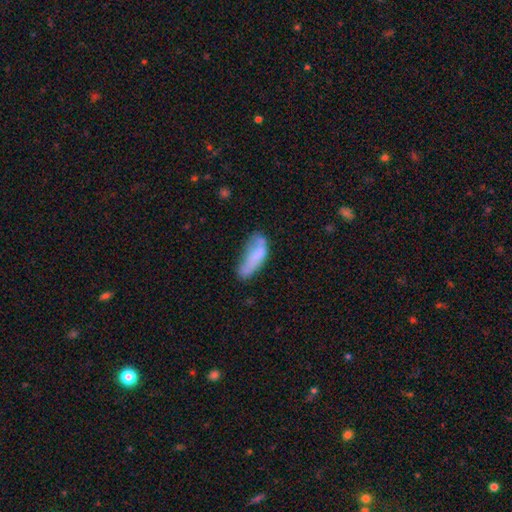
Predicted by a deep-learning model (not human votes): smooth-or-featured: smooth: 67% | featured or disk: 25% | star or artifact: 9%
  how-rounded: in between: 63% | cigar-shaped: 35% | round: 2%
  merging: none: 30% (tied) | minor disturbance: 30% (tied) | major disturbance: 24% | merger: 15%